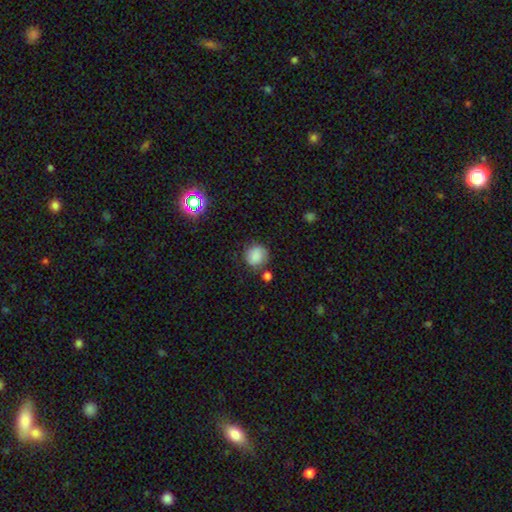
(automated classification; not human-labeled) Q: Smooth or featured?
A: smooth (82%); runner-up: star or artifact (10%)
Q: How rounded?
A: round (85%); runner-up: in between (14%)
Q: Merging?
A: none (71%); runner-up: minor disturbance (17%)